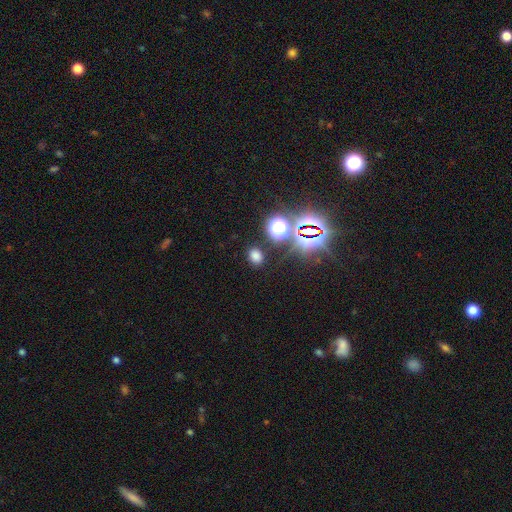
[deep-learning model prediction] Smooth or featured?
  - smooth: 68% *
  - star or artifact: 27%
  - featured or disk: 6%
How rounded?
  - in between: 55% *
  - round: 43%
  - cigar-shaped: 1%
Merging?
  - none: 84% *
  - minor disturbance: 9%
  - major disturbance: 4%
  - merger: 3%